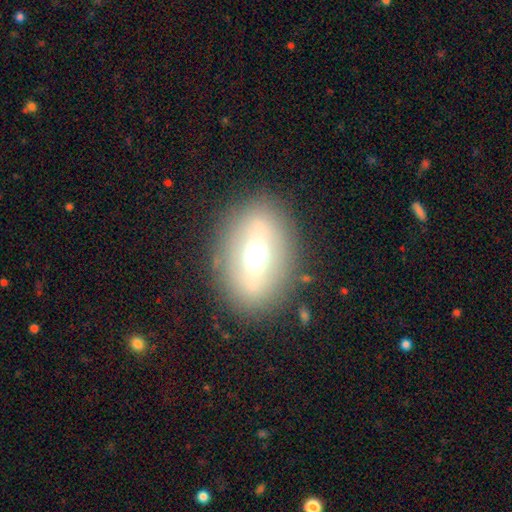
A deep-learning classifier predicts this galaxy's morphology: smooth_or_featured: smooth (p=0.50) [alt: featured or disk p=0.35]
how_rounded: in between (p=0.65) [alt: round p=0.33]
merging: none (p=0.82) [alt: minor disturbance p=0.10]